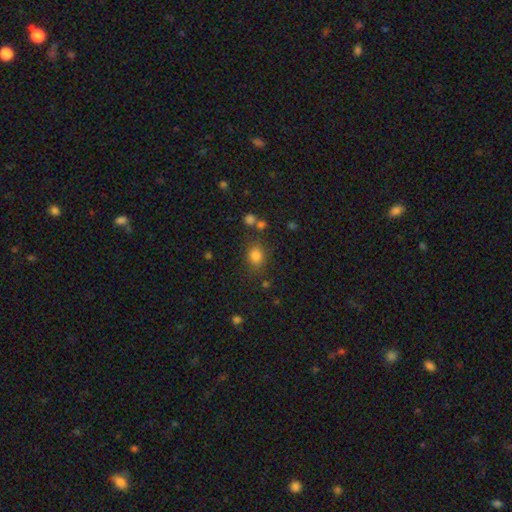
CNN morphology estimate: This appears to be a smooth galaxy with no disk features (81%) that is round (55%). Merging: none (72%).